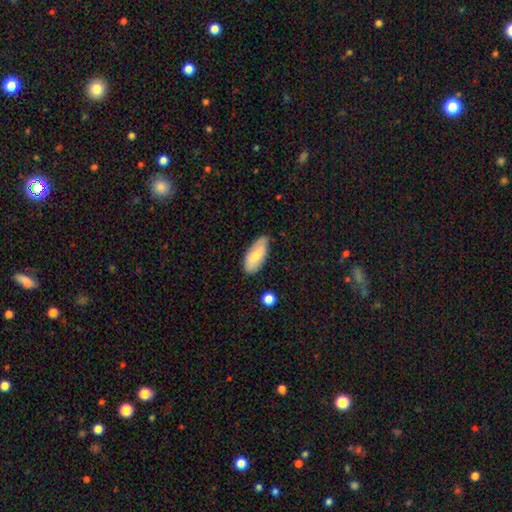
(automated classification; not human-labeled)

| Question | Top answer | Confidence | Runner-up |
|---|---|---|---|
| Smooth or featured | smooth | 72% | featured or disk (22%) |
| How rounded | in between | 87% | cigar-shaped (11%) |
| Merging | none | 75% | minor disturbance (20%) |